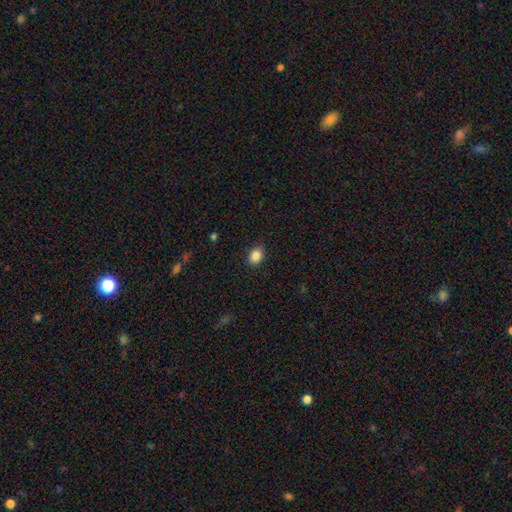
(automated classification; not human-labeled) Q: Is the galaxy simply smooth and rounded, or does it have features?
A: smooth — 87%.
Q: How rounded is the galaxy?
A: in between — 62%.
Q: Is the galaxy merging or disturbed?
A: none — 89%.